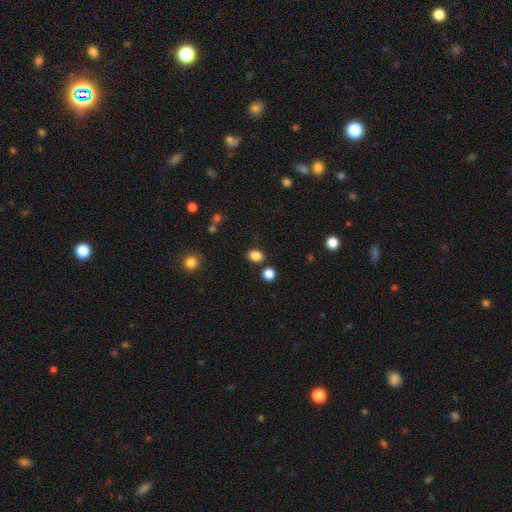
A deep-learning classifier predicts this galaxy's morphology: Smooth or featured?
  - smooth: 85% *
  - star or artifact: 12%
  - featured or disk: 4%
How rounded?
  - in between: 51% *
  - round: 48%
  - cigar-shaped: 1%
Merging?
  - none: 82% *
  - minor disturbance: 9%
  - merger: 6%
  - major disturbance: 3%